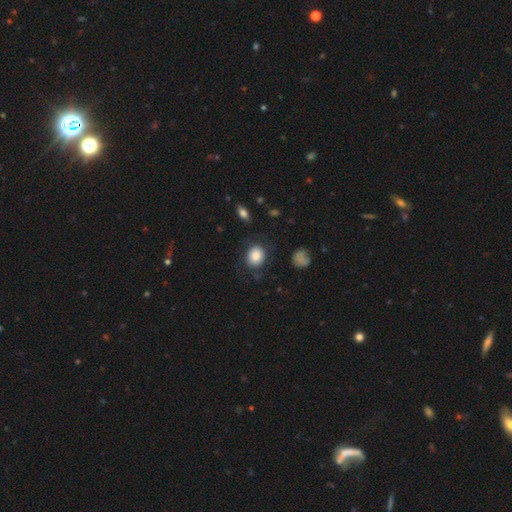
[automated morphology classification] Smooth or featured: smooth — 84% (star or artifact — 8%)
How rounded: round — 56% (in between — 43%)
Merging: none — 76% (minor disturbance — 15%)